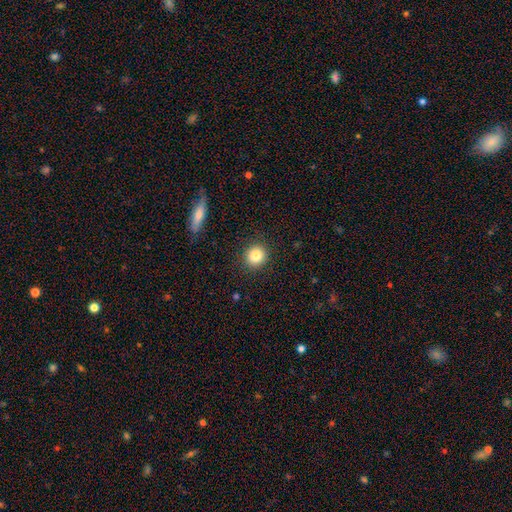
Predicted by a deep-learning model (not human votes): Smooth or featured? Predicted: smooth (p=0.83). How rounded? Predicted: round (p=0.89). Merging? Predicted: none (p=0.91).